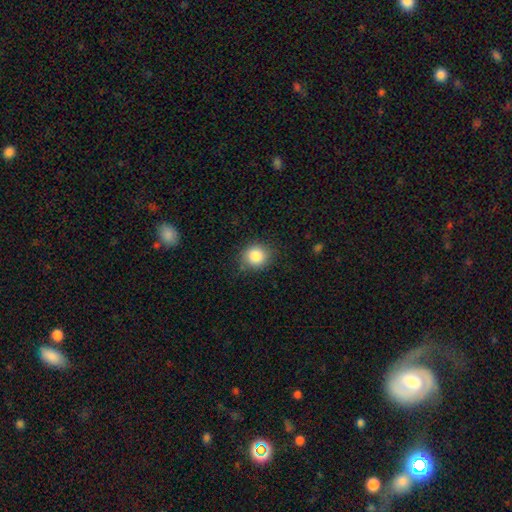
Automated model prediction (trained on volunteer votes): Smooth or featured?
  - smooth: 85% *
  - star or artifact: 10%
  - featured or disk: 5%
How rounded?
  - round: 85% *
  - in between: 15%
  - cigar-shaped: 1%
Merging?
  - none: 82% *
  - minor disturbance: 14%
  - major disturbance: 3%
  - merger: 1%